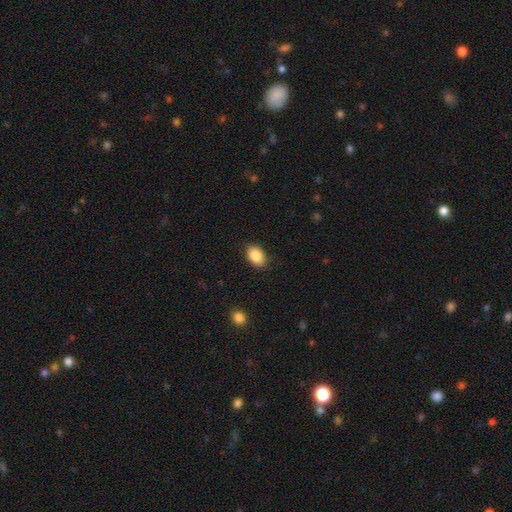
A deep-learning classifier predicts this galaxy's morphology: Smooth or featured?
  - smooth: 88% *
  - star or artifact: 7%
  - featured or disk: 4%
How rounded?
  - in between: 86% *
  - round: 13%
  - cigar-shaped: 1%
Merging?
  - none: 87% *
  - minor disturbance: 10%
  - major disturbance: 2%
  - merger: 1%